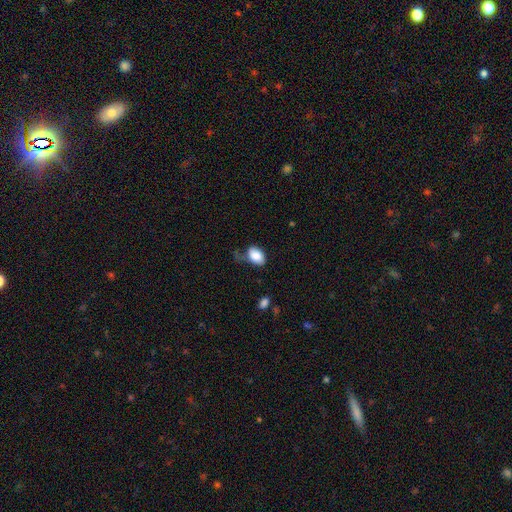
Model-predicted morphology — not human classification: A smooth galaxy with no disk features (82%) that is in between round and cigar-shaped (89%).

Vote fractions:
- Smooth or featured? smooth: 82% / featured or disk: 11% / star or artifact: 7%
- How rounded? in between: 89% / round: 10% / cigar-shaped: 1%
- Merging? none: 40% / minor disturbance: 32% / major disturbance: 24% / merger: 5%